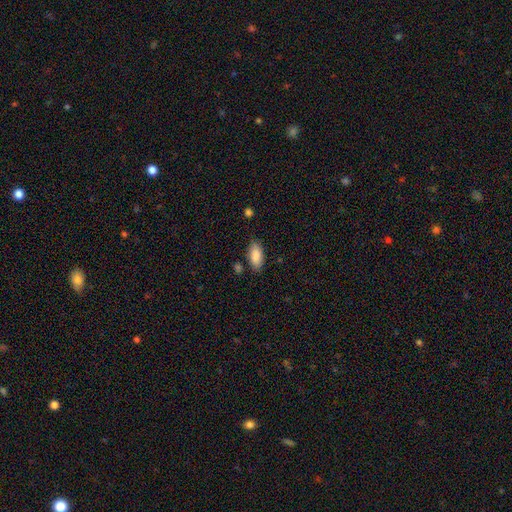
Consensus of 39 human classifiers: Volunteers were most divided on "merging": none: 62%, minor disturbance: 22%, merger: 11%, major disturbance: 5%. More confident: how rounded — in between (91%); smooth or featured — smooth (87%).